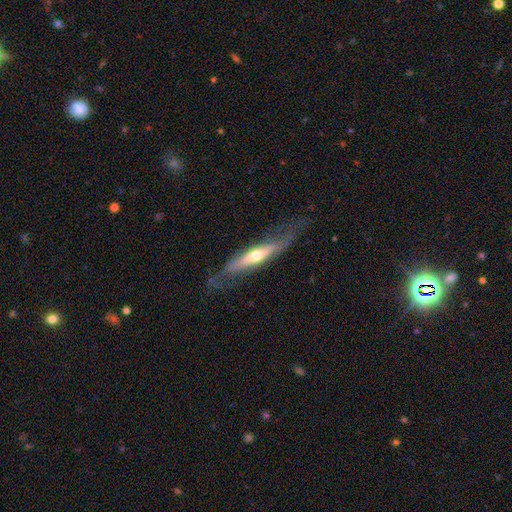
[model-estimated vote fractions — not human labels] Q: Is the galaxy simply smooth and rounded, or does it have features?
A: featured or disk — 61%.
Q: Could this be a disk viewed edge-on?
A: yes — 70%.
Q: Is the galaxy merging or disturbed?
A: none — 66%.